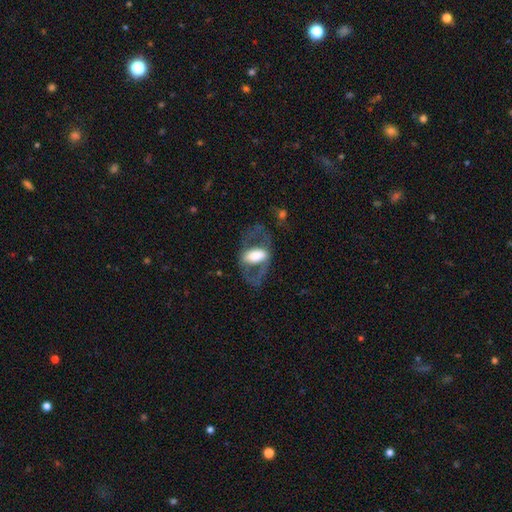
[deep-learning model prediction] This appears to be a featured or disk galaxy (58%). Merging: none (52%).